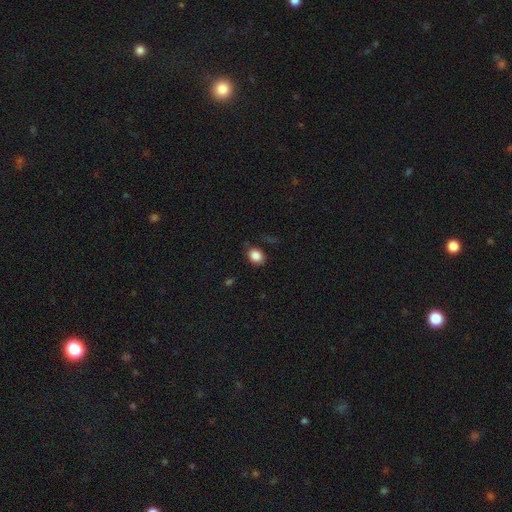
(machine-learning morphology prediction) smooth-or-featured: smooth: 86% | star or artifact: 10% | featured or disk: 5%
  how-rounded: in between: 56% | round: 43% | cigar-shaped: 1%
  merging: none: 78% | minor disturbance: 16% | major disturbance: 4% | merger: 2%